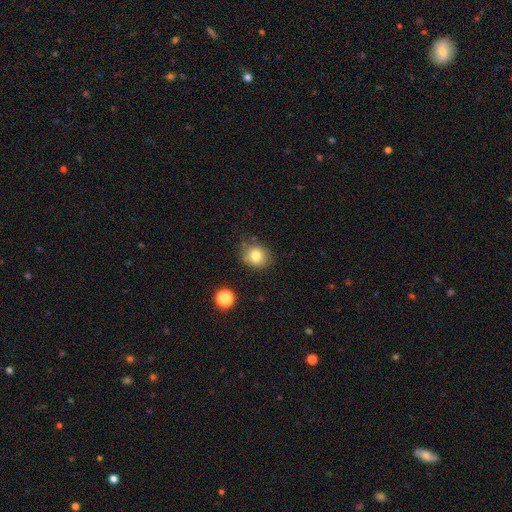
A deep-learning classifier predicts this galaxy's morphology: The model was most divided on "how rounded": round: 73%, in between: 26%, cigar-shaped: 1%. More confident: smooth or featured — smooth (79%); merging — none (76%).